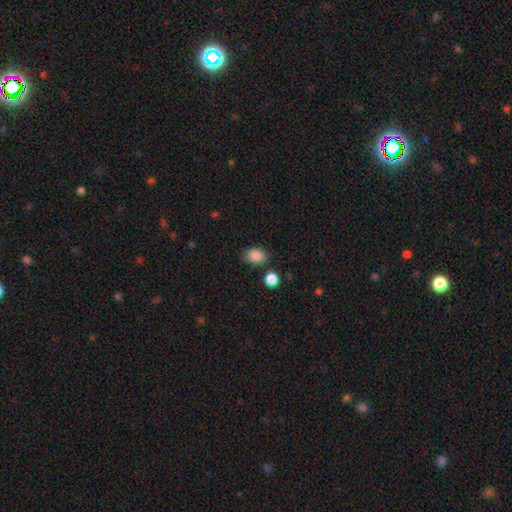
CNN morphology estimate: Overall: smooth (87%). How rounded: in between (69%). Merging: none (76%).